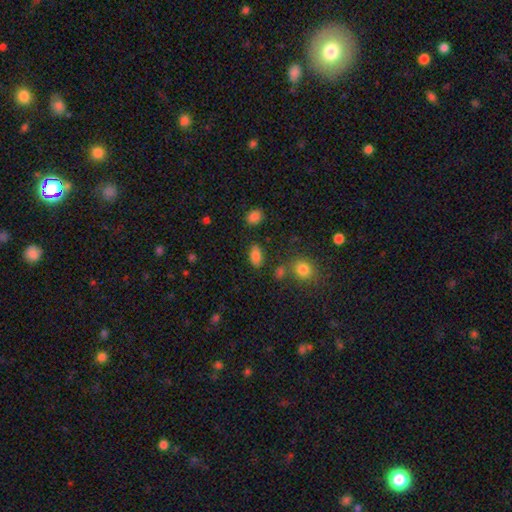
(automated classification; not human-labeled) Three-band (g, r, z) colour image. It shows a smooth galaxy with no disk features (82%) that is in between round and cigar-shaped (90%). Merging: none (79%).